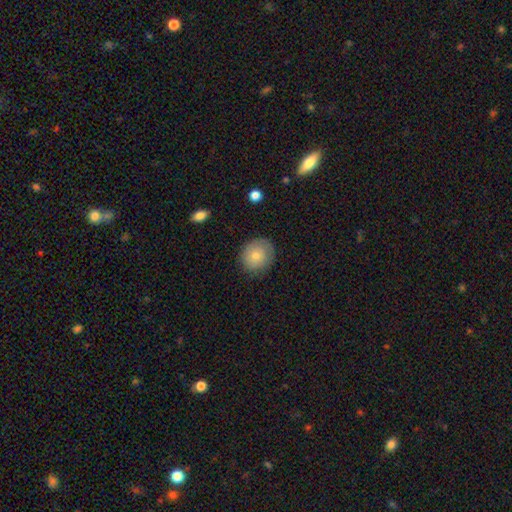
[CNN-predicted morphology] This appears to be a smooth galaxy with no disk features (70%) that is round (84%). Merging: none (82%).